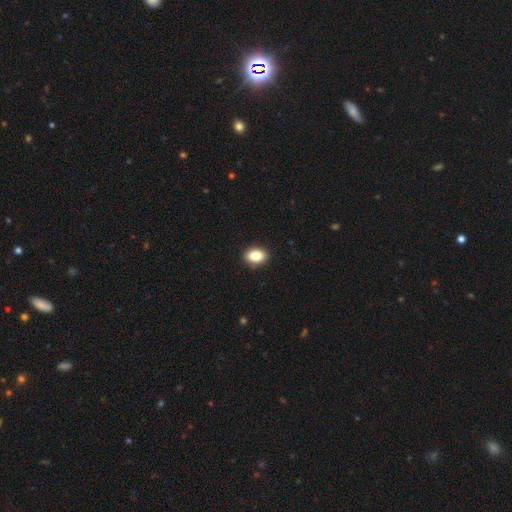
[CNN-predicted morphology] Smooth or featured?
  - smooth: 87% *
  - star or artifact: 8%
  - featured or disk: 5%
How rounded?
  - in between: 79% *
  - round: 19%
  - cigar-shaped: 1%
Merging?
  - none: 89% *
  - minor disturbance: 8%
  - major disturbance: 2%
  - merger: 1%